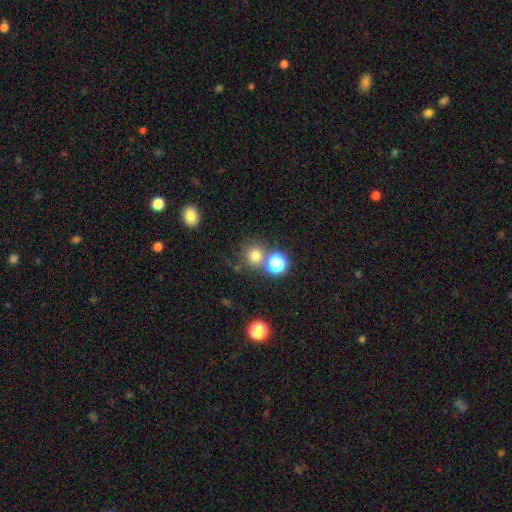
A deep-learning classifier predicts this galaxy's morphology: This appears to be a smooth galaxy with no disk features (74%) that is round (91%). Merging: none (69%).